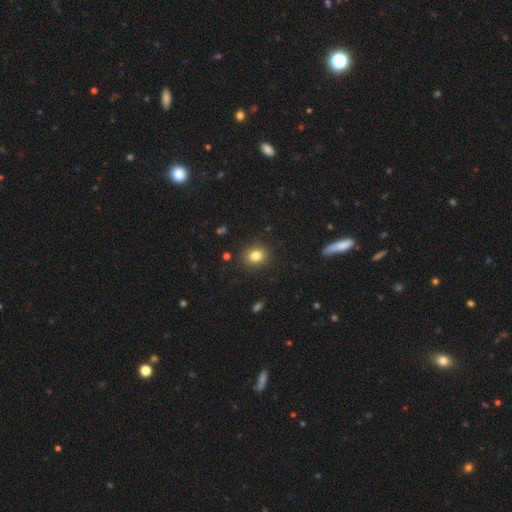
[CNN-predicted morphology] This is clearly a smooth galaxy (82%). How rounded: likely round (68%). Merging: clearly none (89%).